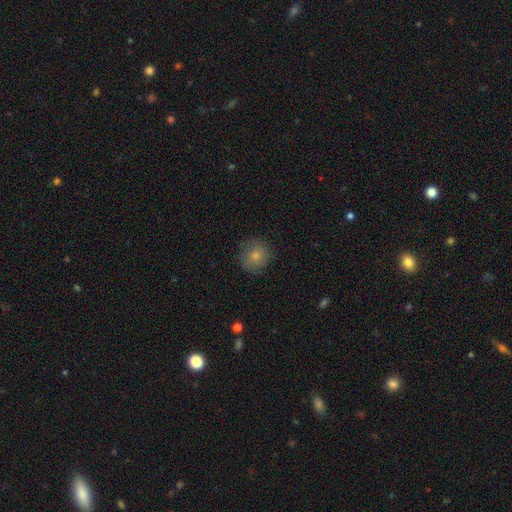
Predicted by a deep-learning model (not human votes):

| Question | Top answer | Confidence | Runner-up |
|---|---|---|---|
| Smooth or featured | smooth | 70% | featured or disk (21%) |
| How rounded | round | 89% | in between (10%) |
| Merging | none | 78% | minor disturbance (16%) |